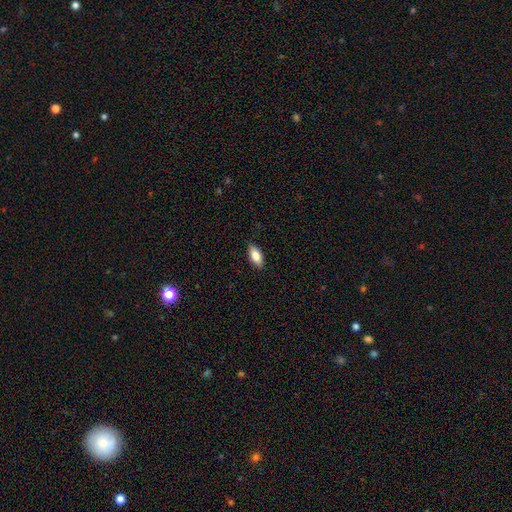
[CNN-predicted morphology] type=smooth (81%); roundness=in between (85%); merging=none (88%).